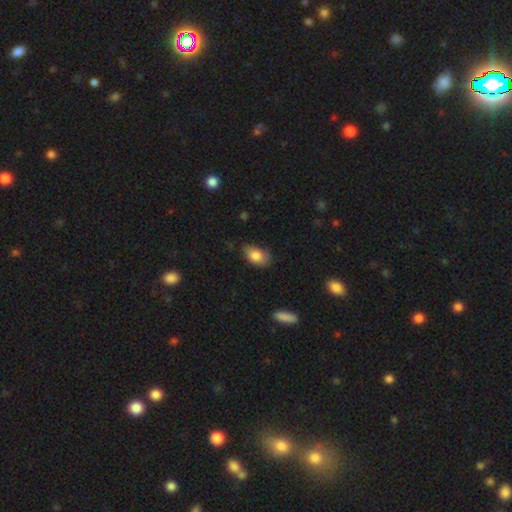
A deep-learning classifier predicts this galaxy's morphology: Q: Smooth or featured?
A: smooth (83%); runner-up: featured or disk (10%)
Q: How rounded?
A: in between (89%); runner-up: round (8%)
Q: Merging?
A: none (59%); runner-up: minor disturbance (33%)